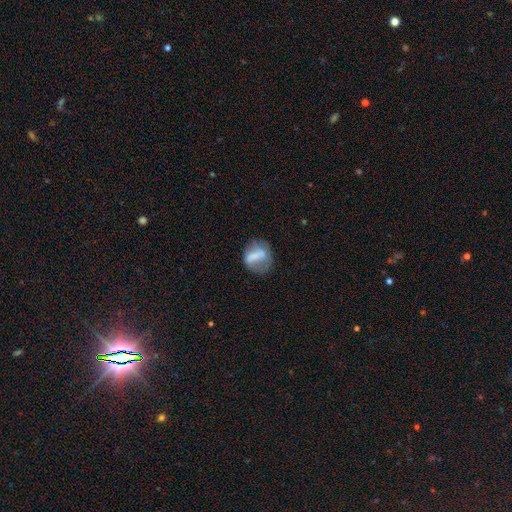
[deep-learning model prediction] Morphology: type=smooth (54%); roundness=round (55%); merging=none (54%).